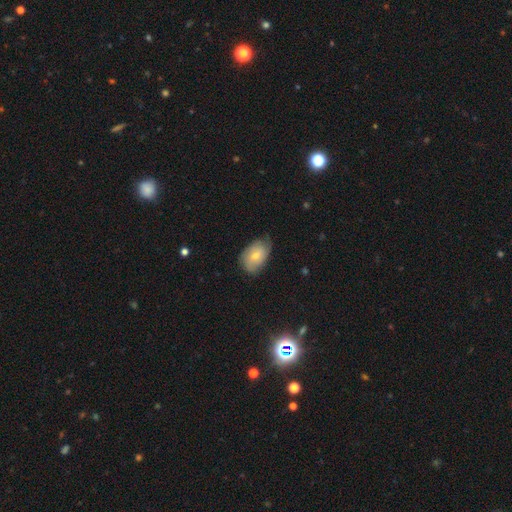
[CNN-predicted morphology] Smooth or featured: smooth — 61% (featured or disk — 32%)
How rounded: in between — 86% (round — 12%)
Merging: none — 57% (minor disturbance — 34%)